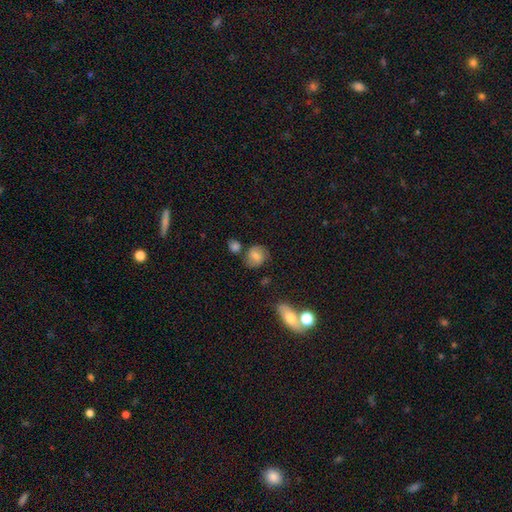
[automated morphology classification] type=smooth (71%); roundness=round (66%); merging=none (66%).